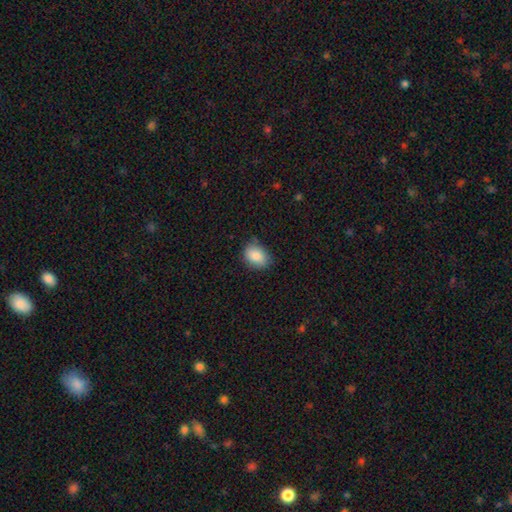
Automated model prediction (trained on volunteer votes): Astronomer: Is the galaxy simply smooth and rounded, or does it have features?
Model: smooth — 85%.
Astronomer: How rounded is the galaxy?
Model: in between — 69%.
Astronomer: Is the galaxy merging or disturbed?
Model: none — 74%.